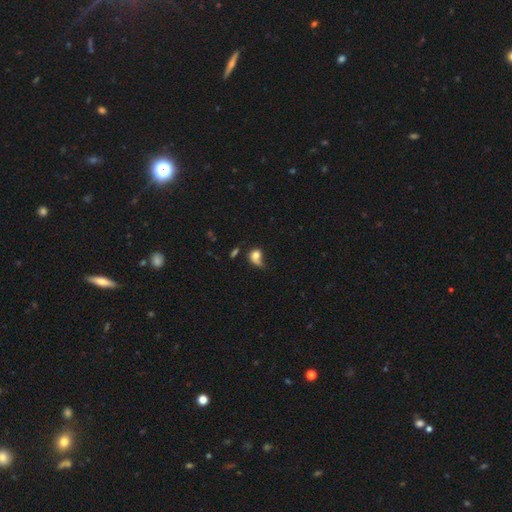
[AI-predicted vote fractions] smooth_or_featured: smooth (p=0.66) [alt: featured or disk p=0.23]
how_rounded: in between (p=0.49) [alt: round p=0.48]
merging: major disturbance (p=0.36) [alt: minor disturbance p=0.26]